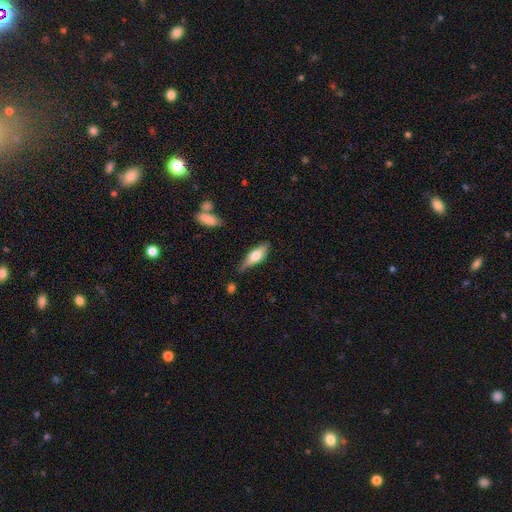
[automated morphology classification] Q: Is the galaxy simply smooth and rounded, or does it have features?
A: smooth — 48%.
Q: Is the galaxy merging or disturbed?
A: none — 73%.